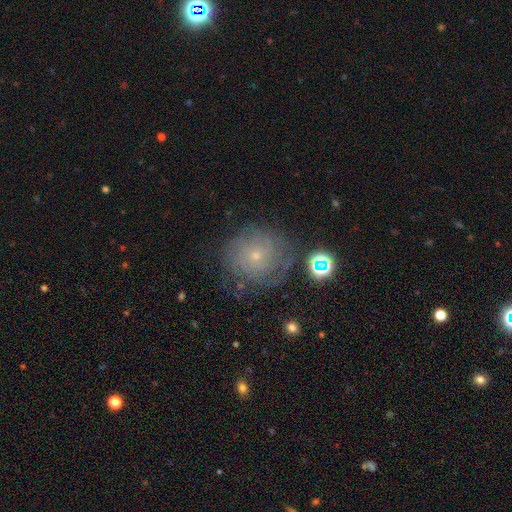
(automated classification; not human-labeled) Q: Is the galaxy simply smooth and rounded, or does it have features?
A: featured or disk — 54%.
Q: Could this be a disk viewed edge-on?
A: no — 97%.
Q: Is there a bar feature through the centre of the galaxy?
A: no — 85%.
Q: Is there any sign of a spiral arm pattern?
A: yes — 79%.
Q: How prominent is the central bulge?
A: small — 82%.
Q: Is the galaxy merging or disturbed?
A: none — 73%.